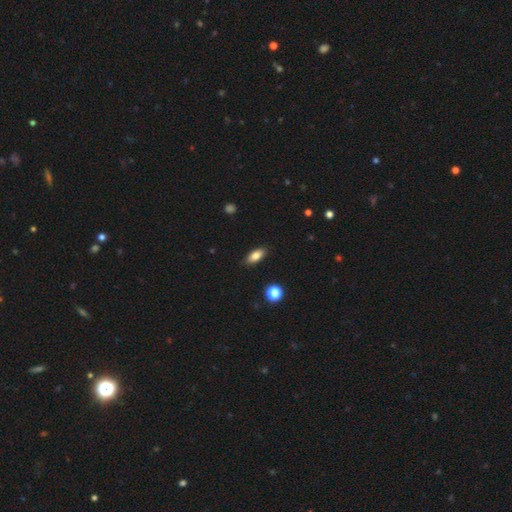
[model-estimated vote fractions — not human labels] The model was most divided on "smooth or featured": smooth: 80%, featured or disk: 12%, star or artifact: 8%. More confident: merging — none (88%); how rounded — in between (83%).